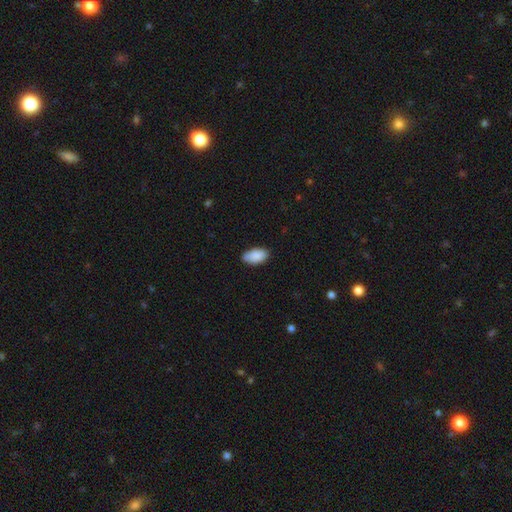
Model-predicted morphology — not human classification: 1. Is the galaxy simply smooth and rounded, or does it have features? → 87% smooth, 7% star or artifact, 6% featured or disk.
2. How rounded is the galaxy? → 94% in between, 4% round, 2% cigar-shaped.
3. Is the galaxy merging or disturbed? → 73% none, 22% minor disturbance, 3% major disturbance, 2% merger.